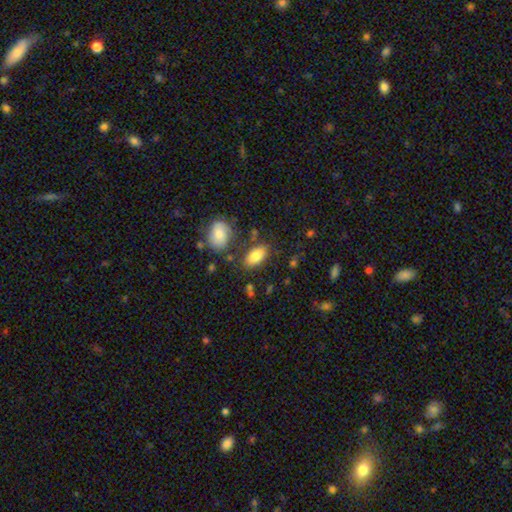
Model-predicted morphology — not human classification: Overall: smooth (84%). How rounded: in between (92%). Merging: none (76%).